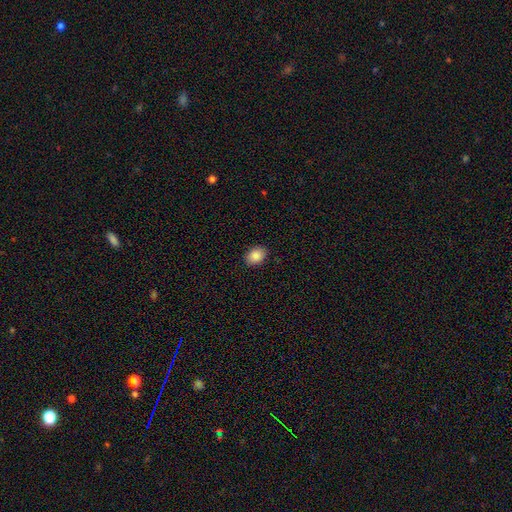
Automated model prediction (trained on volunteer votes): Smooth or featured? smooth (88%)
How rounded? in between (67%)
Merging? none (89%)